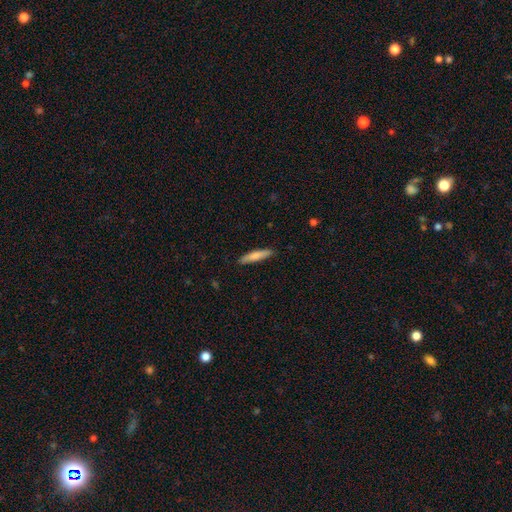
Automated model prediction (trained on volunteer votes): smooth_or_featured: smooth (p=0.78) [alt: featured or disk p=0.17]
how_rounded: cigar-shaped (p=0.88) [alt: in between p=0.11]
merging: none (p=0.89) [alt: minor disturbance p=0.09]